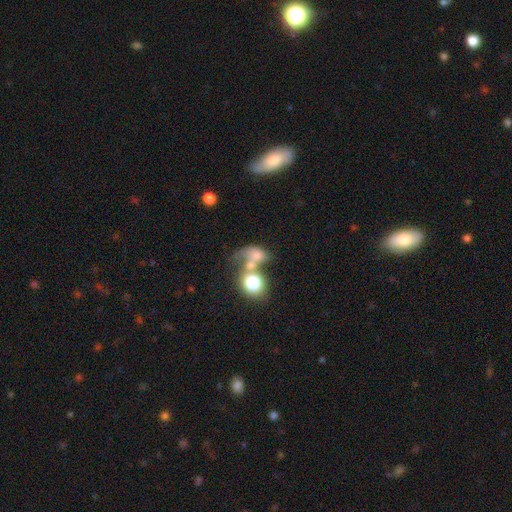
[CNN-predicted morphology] smooth_or_featured: smooth (p=0.60) [alt: featured or disk p=0.27]
how_rounded: in between (p=0.53) [alt: round p=0.45]
merging: merger (p=0.57) [alt: major disturbance p=0.17]